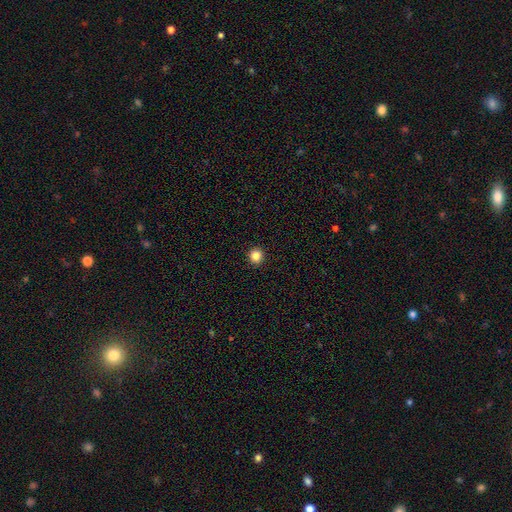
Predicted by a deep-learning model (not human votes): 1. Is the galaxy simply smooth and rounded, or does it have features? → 85% smooth, 11% star or artifact, 4% featured or disk.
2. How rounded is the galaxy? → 94% round, 5% in between, 1% cigar-shaped.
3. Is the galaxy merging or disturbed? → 94% none, 4% minor disturbance, 1% major disturbance, 1% merger.